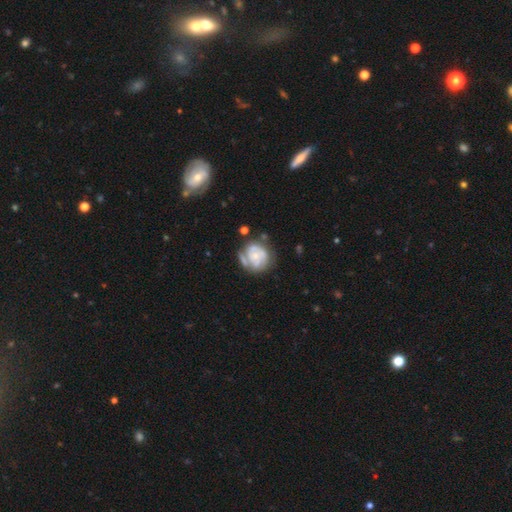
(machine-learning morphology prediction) type=featured or disk (63%); edge-on=no (98%); bar=no (79%); spiral arms=yes (66%); bulge=small (60%); merging=none (46%).